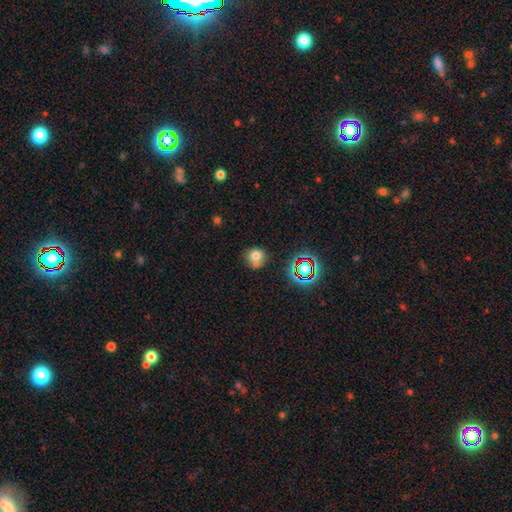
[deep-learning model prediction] Overall: smooth (72%). How rounded: round (83%). Merging: none (58%; merger 22%).